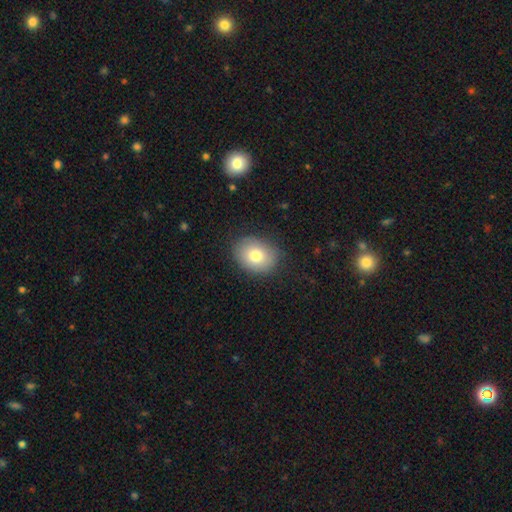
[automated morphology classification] A smooth galaxy with no disk features (78%) that is in between round and cigar-shaped (56%).

Vote fractions:
- Smooth or featured? smooth: 78% / featured or disk: 13% / star or artifact: 9%
- How rounded? in between: 56% / round: 43% / cigar-shaped: 1%
- Merging? none: 85% / minor disturbance: 11% / major disturbance: 3% / merger: 1%